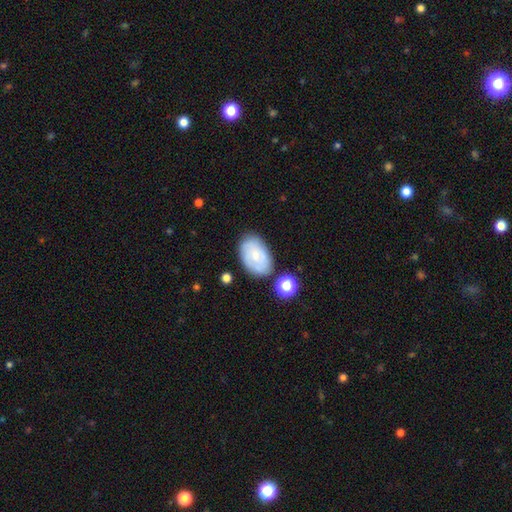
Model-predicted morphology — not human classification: This is possibly a smooth galaxy (47%). Merging: likely none (73%).